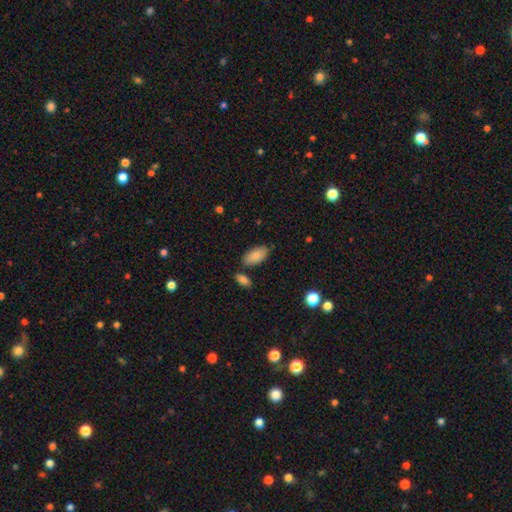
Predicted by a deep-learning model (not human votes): This appears to be a smooth galaxy with no disk features (85%) that is in between round and cigar-shaped (94%). Merging: none (77%).